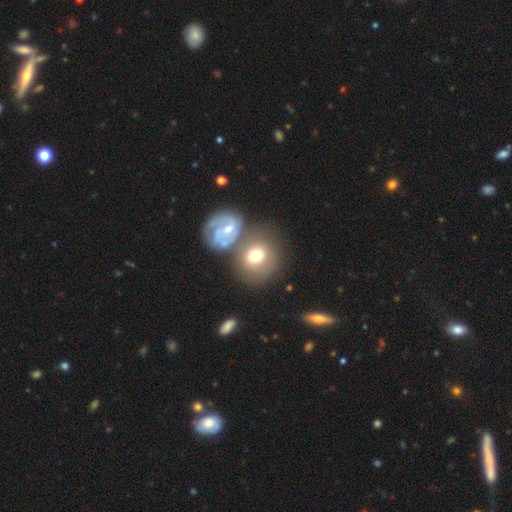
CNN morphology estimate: Smooth or featured?
  - smooth: 60% *
  - featured or disk: 32%
  - star or artifact: 8%
How rounded?
  - round: 75% *
  - in between: 24%
  - cigar-shaped: 1%
Merging?
  - none: 48% *
  - merger: 33%
  - minor disturbance: 13%
  - major disturbance: 7%